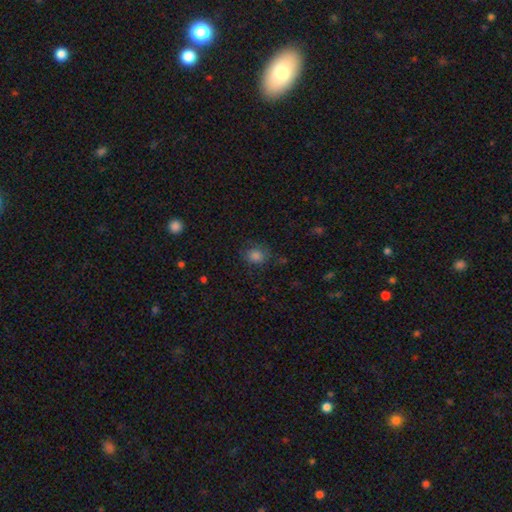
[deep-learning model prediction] This is clearly a smooth galaxy (80%). How rounded: likely round (64%). Merging: likely none (74%).